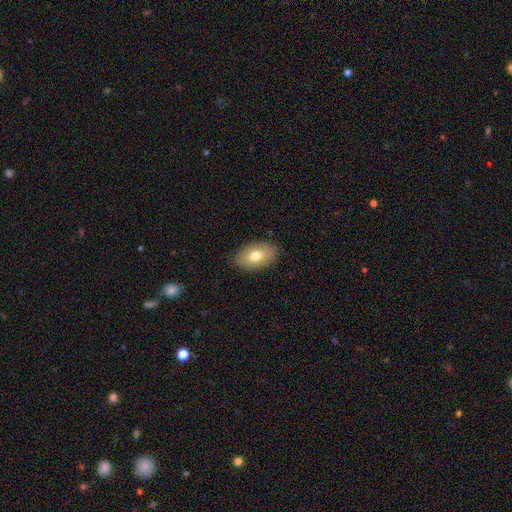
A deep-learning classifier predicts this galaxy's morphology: type=smooth (73%); roundness=in between (91%); merging=none (85%).